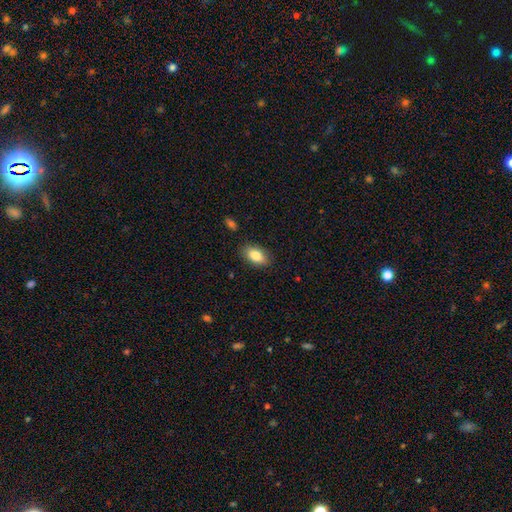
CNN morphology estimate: Q: Smooth or featured?
A: smooth (84%); runner-up: featured or disk (9%)
Q: How rounded?
A: in between (91%); runner-up: round (5%)
Q: Merging?
A: none (87%); runner-up: minor disturbance (10%)